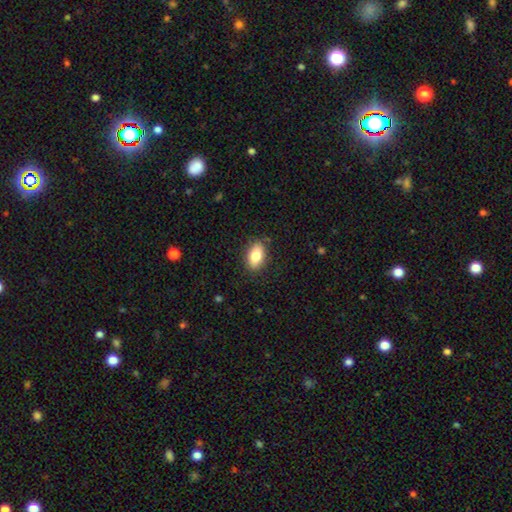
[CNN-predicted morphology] A smooth galaxy with no disk features (81%) that is in between round and cigar-shaped (90%). Merging: none (84%).